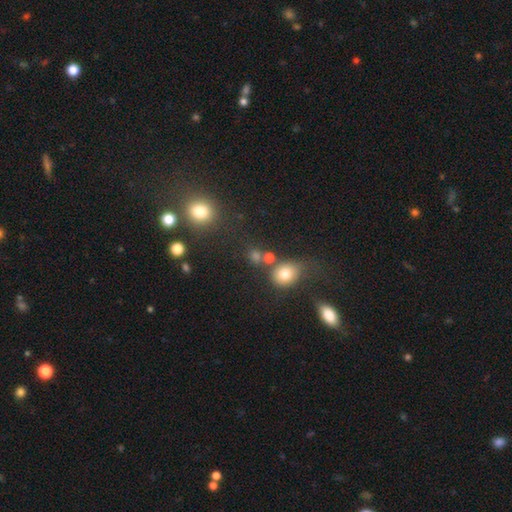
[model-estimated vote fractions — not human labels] A smooth galaxy with no disk features (73%) that is round (72%). Merging: none (62%).